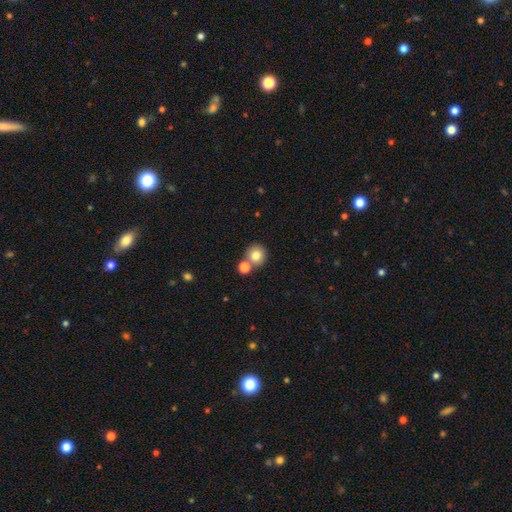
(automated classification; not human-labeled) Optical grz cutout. It shows a smooth galaxy with no disk features (80%) that is round (89%). Merging: none (61%).